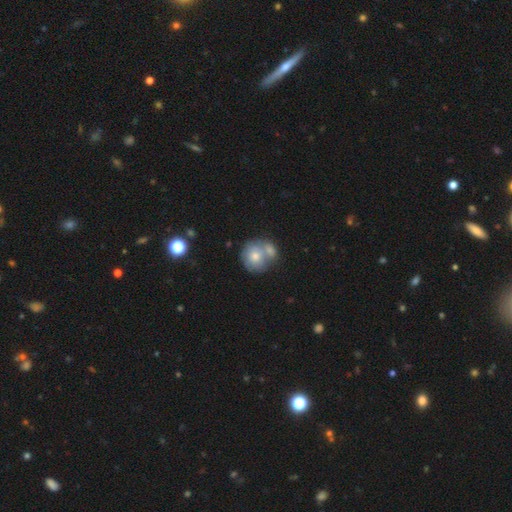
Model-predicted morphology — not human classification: A smooth galaxy with no disk features (61%) that is round (85%). Merging: merger (50%).